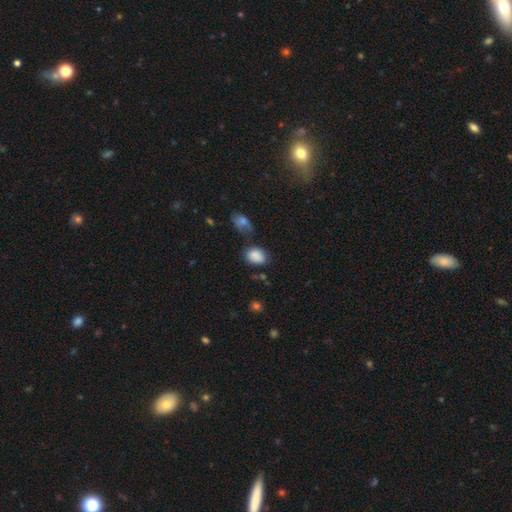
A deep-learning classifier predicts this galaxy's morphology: A smooth galaxy with no disk features (85%) that is in between round and cigar-shaped (73%).

Vote fractions:
- Smooth or featured? smooth: 85% / star or artifact: 9% / featured or disk: 6%
- How rounded? in between: 73% / round: 26% / cigar-shaped: 1%
- Merging? none: 57% / minor disturbance: 26% / merger: 10% / major disturbance: 8%